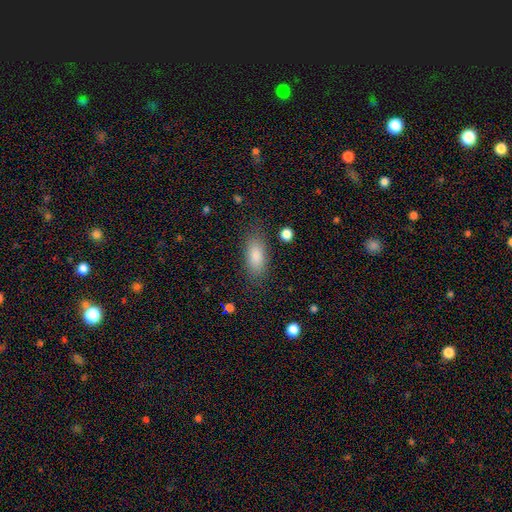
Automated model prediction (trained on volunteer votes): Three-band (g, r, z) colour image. It shows a smooth galaxy with no disk features (83%) that is in between round and cigar-shaped (80%). Merging: none (83%).